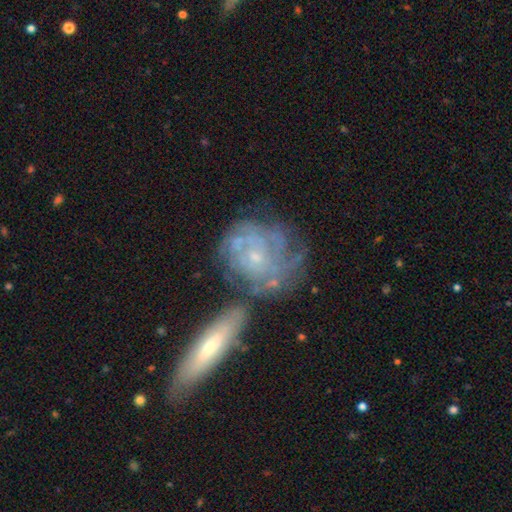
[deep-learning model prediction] This appears to be a featured or disk galaxy (77%) with no bar (79%), tight (71%) spiral arms (86%) and a small central bulge (75%). Merging: none (52%).